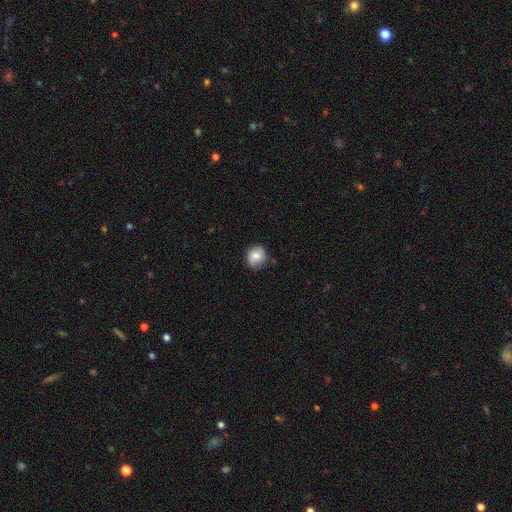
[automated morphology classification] Smooth or featured: smooth — 74% (featured or disk — 18%)
How rounded: round — 82% (in between — 17%)
Merging: none — 78% (minor disturbance — 18%)